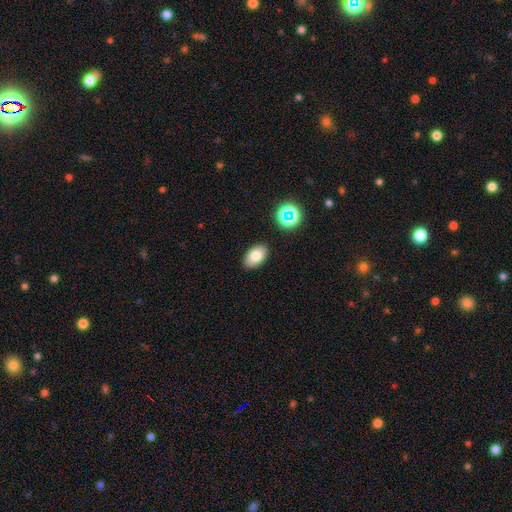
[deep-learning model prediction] Smooth or featured? smooth (77%)
How rounded? in between (90%)
Merging? none (87%)